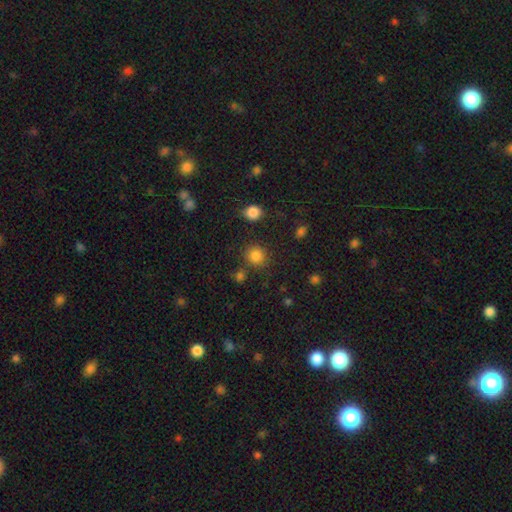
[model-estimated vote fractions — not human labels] A smooth galaxy with no disk features (84%) that is round (89%).

Vote fractions:
- Smooth or featured? smooth: 84% / star or artifact: 12% / featured or disk: 4%
- How rounded? round: 89% / in between: 10% / cigar-shaped: 1%
- Merging? none: 82% / minor disturbance: 9% / merger: 6% / major disturbance: 3%